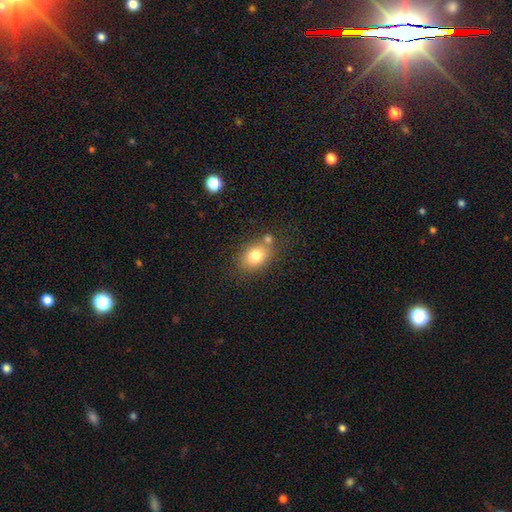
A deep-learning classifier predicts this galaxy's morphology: Q: Smooth or featured?
A: smooth (77%); runner-up: featured or disk (13%)
Q: How rounded?
A: in between (71%); runner-up: round (28%)
Q: Merging?
A: none (65%); runner-up: merger (17%)